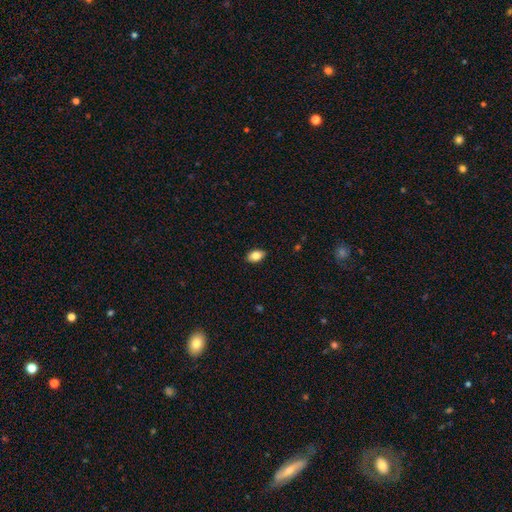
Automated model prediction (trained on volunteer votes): smooth_or_featured: smooth (p=0.84) [alt: featured or disk p=0.08]
how_rounded: in between (p=0.88) [alt: round p=0.10]
merging: none (p=0.87) [alt: minor disturbance p=0.10]